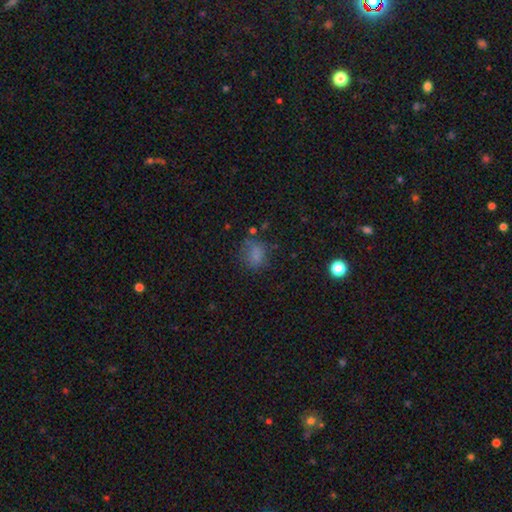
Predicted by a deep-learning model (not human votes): Overall: smooth (74%). How rounded: round (58%; in between 41%). Merging: none (61%; minor disturbance 23%).